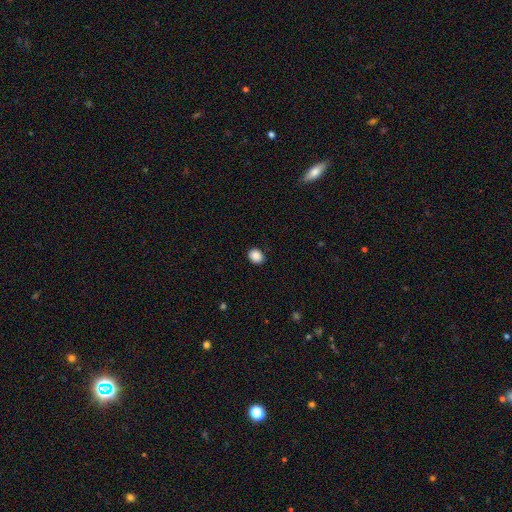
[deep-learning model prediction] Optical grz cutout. It shows a smooth galaxy with no disk features (88%) that is round (61%). Merging: none (89%).